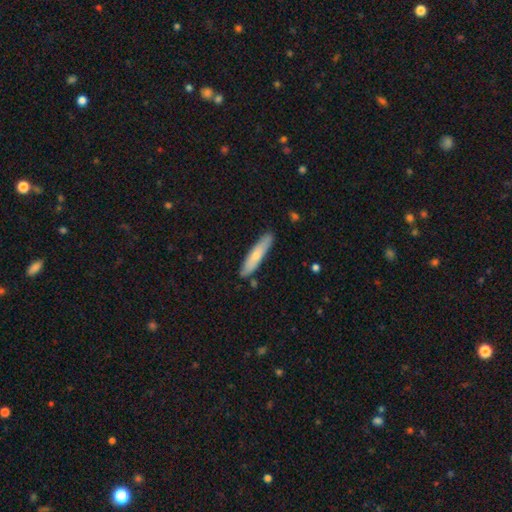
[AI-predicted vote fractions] Smooth or featured? Predicted: smooth (p=0.67). How rounded? Predicted: cigar-shaped (p=0.85). Merging? Predicted: none (p=0.85).